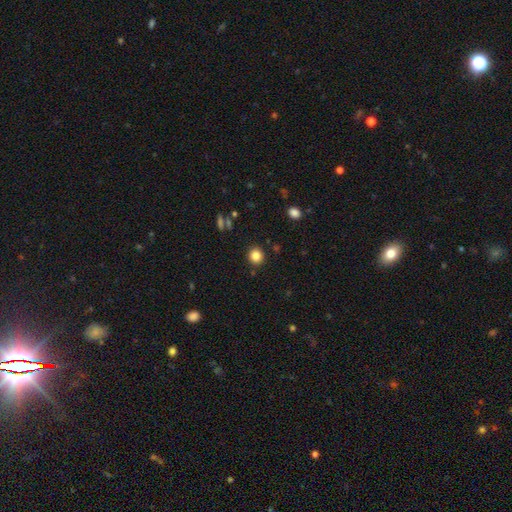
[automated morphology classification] Smooth or featured? Predicted: smooth (p=0.83). How rounded? Predicted: round (p=0.87). Merging? Predicted: none (p=0.89).